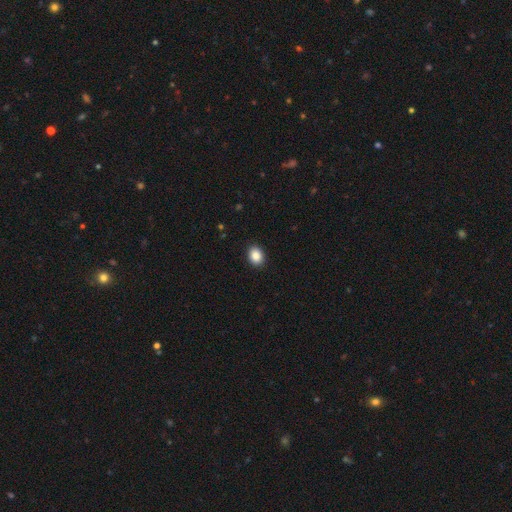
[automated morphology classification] This is clearly a smooth galaxy (87%). How rounded: likely in between (65%). Merging: clearly none (90%).